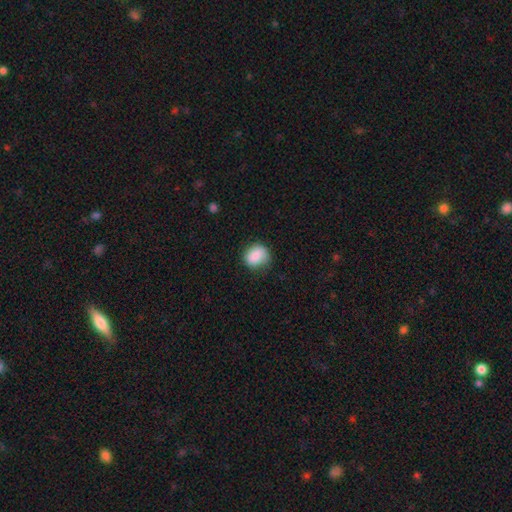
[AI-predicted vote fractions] Morphology: type=smooth (85%); roundness=round (68%); merging=none (74%).